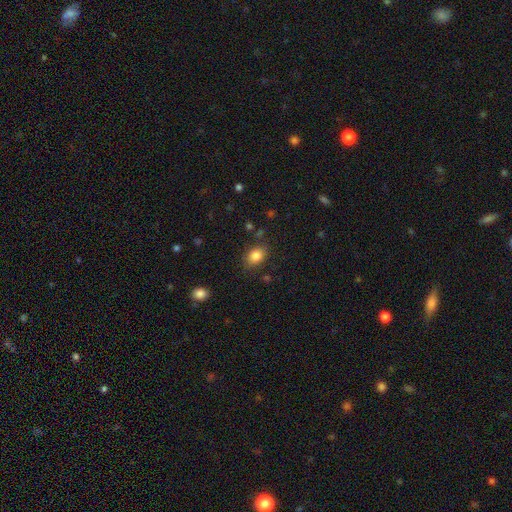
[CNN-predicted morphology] smooth 84%, star or artifact 10%, featured or disk 6%. Down the decision tree: how rounded — in between (70%); merging — none (81%).